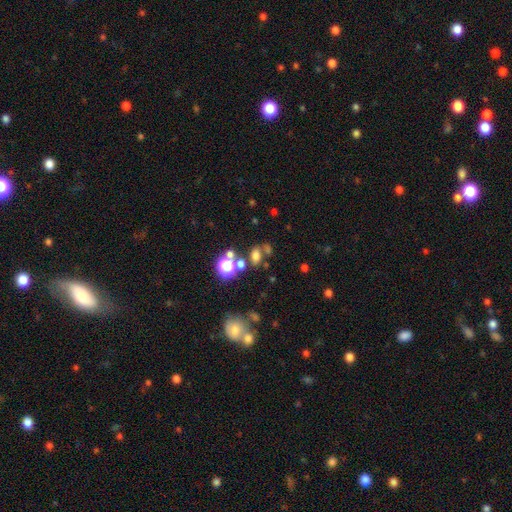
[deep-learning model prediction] This is likely a smooth galaxy (63%). How rounded: likely in between (70%). Merging: possibly none (59%).